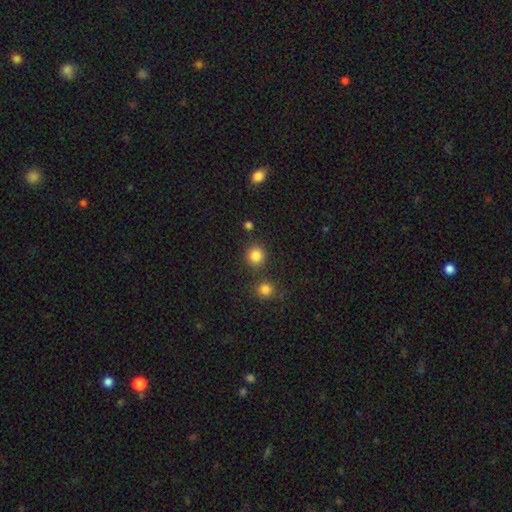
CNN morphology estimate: smooth-or-featured: smooth: 84% | star or artifact: 12% | featured or disk: 4%
  how-rounded: round: 90% | in between: 9% | cigar-shaped: 1%
  merging: none: 82% | minor disturbance: 8% | merger: 8% | major disturbance: 3%